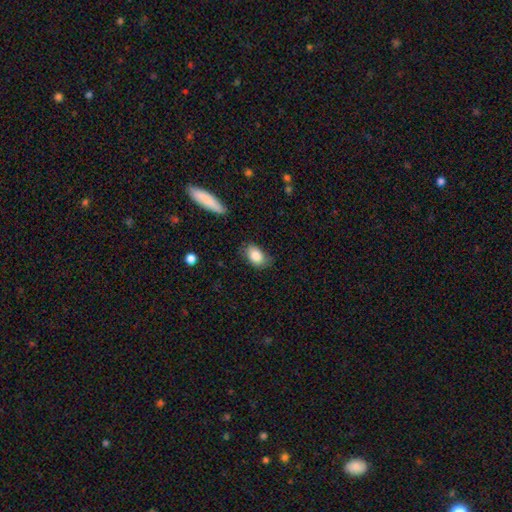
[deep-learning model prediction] Smooth or featured: smooth — 85% (featured or disk — 8%)
How rounded: in between — 85% (round — 13%)
Merging: none — 70% (minor disturbance — 23%)